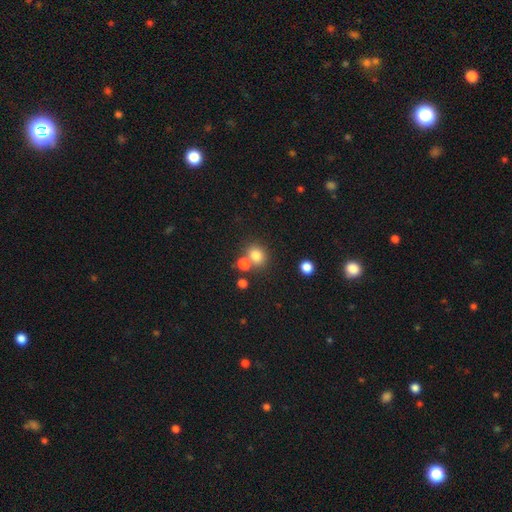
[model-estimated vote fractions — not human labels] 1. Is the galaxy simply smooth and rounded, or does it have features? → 81% smooth, 13% star or artifact, 7% featured or disk.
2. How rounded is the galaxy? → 70% round, 29% in between, 1% cigar-shaped.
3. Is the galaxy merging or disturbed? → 60% none, 27% merger, 9% minor disturbance, 4% major disturbance.